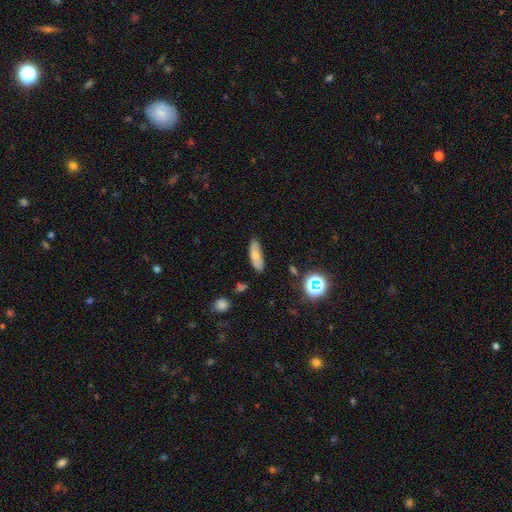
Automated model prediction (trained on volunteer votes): This is likely a smooth galaxy (66%). How rounded: possibly in between (59%). Merging: likely none (78%).